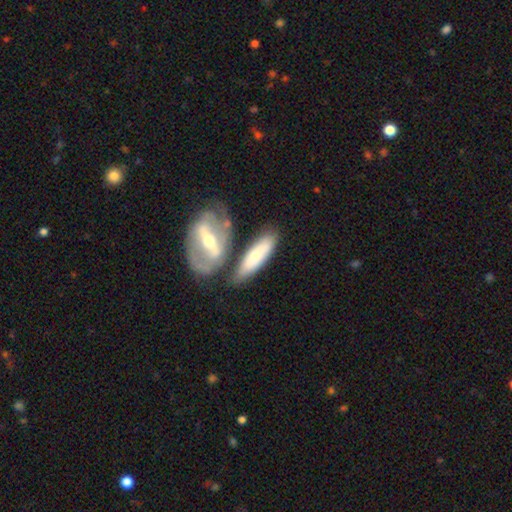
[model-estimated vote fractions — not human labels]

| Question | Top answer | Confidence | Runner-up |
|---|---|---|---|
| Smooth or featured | smooth | 52% | featured or disk (42%) |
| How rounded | cigar-shaped | 52% | in between (45%) |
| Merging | none | 57% | merger (23%) |